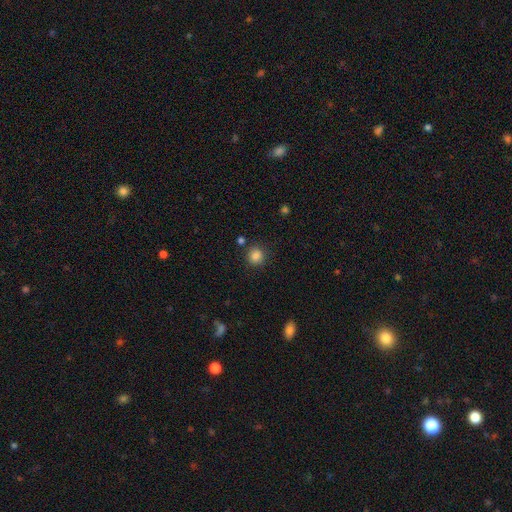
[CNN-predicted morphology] Overall: smooth (85%). How rounded: round (88%). Merging: none (84%).